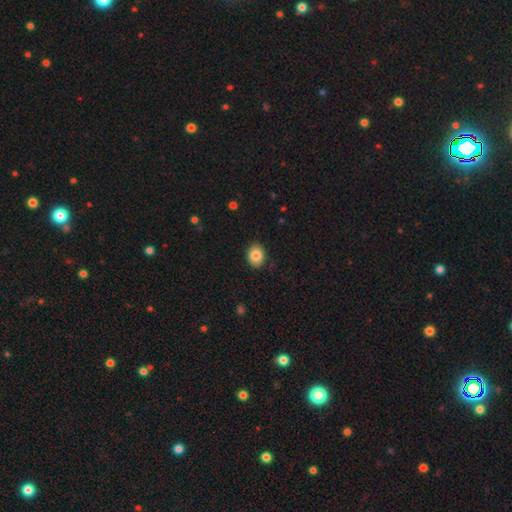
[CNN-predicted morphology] smooth_or_featured: smooth (p=0.84) [alt: star or artifact p=0.08]
how_rounded: in between (p=0.62) [alt: round p=0.37]
merging: none (p=0.89) [alt: minor disturbance p=0.08]